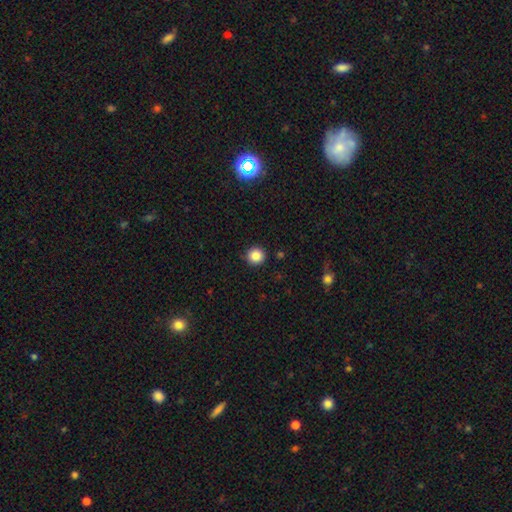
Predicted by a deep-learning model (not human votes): Smooth or featured?
  - smooth: 86% *
  - star or artifact: 10%
  - featured or disk: 4%
How rounded?
  - round: 93% *
  - in between: 6%
  - cigar-shaped: 1%
Merging?
  - none: 91% *
  - minor disturbance: 6%
  - major disturbance: 2%
  - merger: 1%